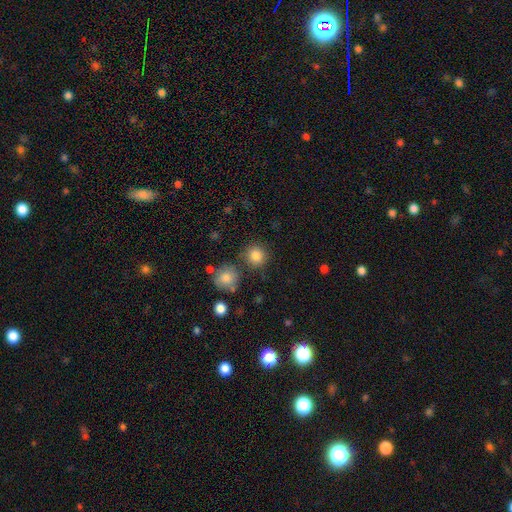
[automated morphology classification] A smooth galaxy with no disk features (84%) that is round (93%).

Vote fractions:
- Smooth or featured? smooth: 84% / star or artifact: 11% / featured or disk: 5%
- How rounded? round: 93% / in between: 7% / cigar-shaped: 1%
- Merging? none: 81% / minor disturbance: 8% / merger: 8% / major disturbance: 3%